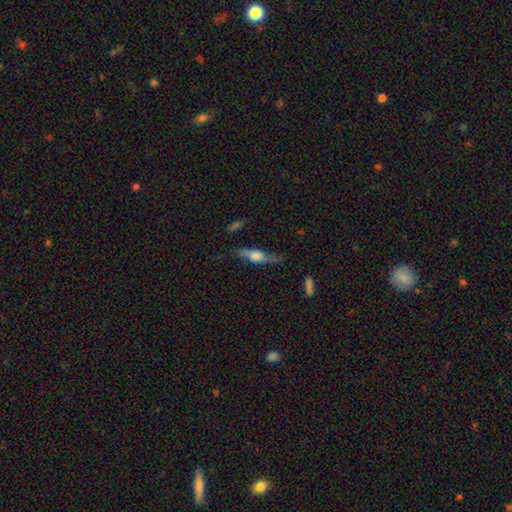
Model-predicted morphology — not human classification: Q: Smooth or featured?
A: featured or disk (64%); runner-up: smooth (29%)
Q: Edge-on disk?
A: yes (85%); runner-up: no (15%)
Q: Edge-on bulge?
A: rounded (76%); runner-up: boxy (19%)
Q: Merging?
A: none (71%); runner-up: minor disturbance (20%)